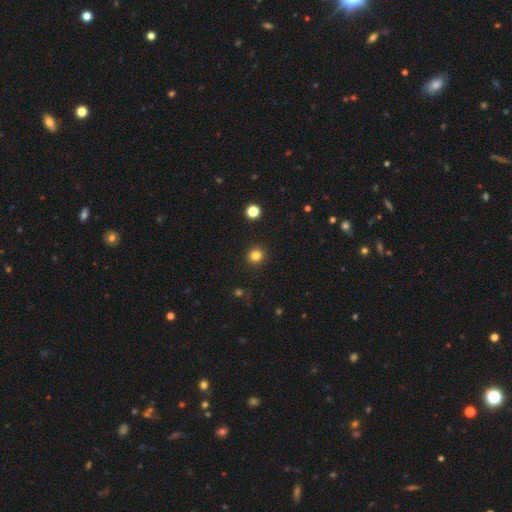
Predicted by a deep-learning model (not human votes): The model was most divided on "smooth or featured": smooth: 82%, star or artifact: 13%, featured or disk: 5%. More confident: merging — none (92%); how rounded — round (91%).